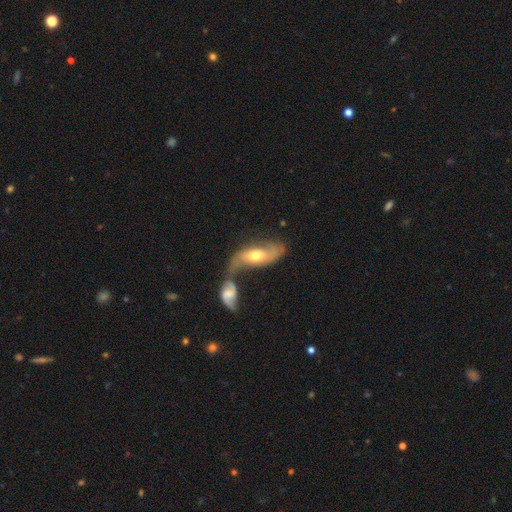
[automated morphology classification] A featured or disk galaxy (66%) with no bar (52%), spiral arms (80%) and a moderate central bulge (71%). Merging: merger (59%).